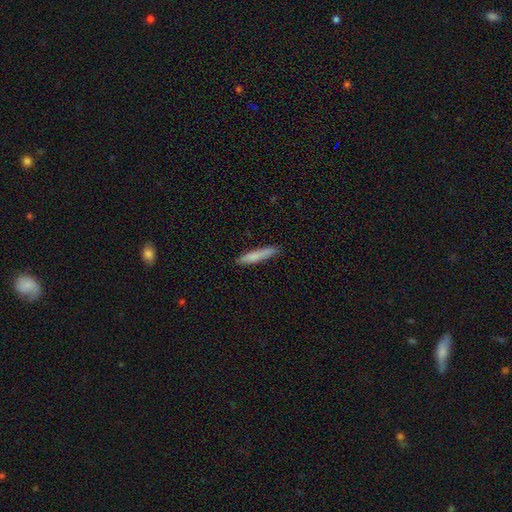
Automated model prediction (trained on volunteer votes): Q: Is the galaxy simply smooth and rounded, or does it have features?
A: smooth — 80%.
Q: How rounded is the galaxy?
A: cigar-shaped — 91%.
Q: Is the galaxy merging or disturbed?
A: none — 87%.